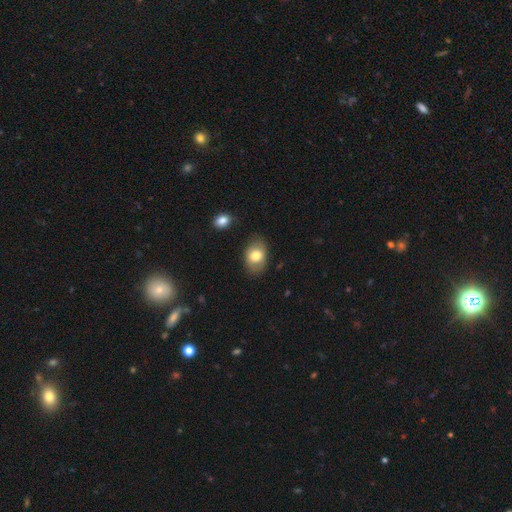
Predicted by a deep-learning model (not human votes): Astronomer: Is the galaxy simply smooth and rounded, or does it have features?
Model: smooth — 75%.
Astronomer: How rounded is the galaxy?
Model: in between — 80%.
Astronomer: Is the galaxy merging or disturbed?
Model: none — 80%.